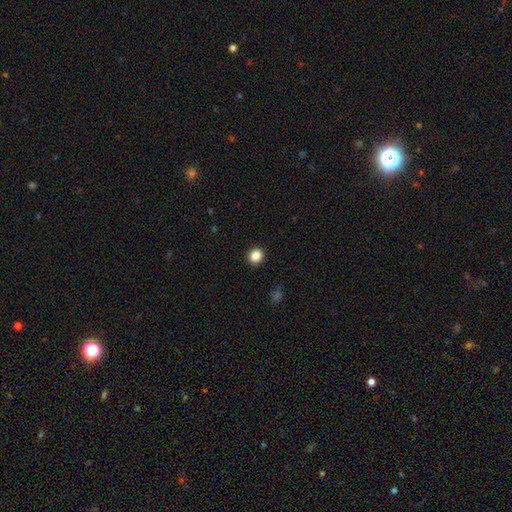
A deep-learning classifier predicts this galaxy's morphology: Smooth or featured: smooth — 86% (star or artifact — 10%)
How rounded: round — 82% (in between — 17%)
Merging: none — 92% (minor disturbance — 5%)